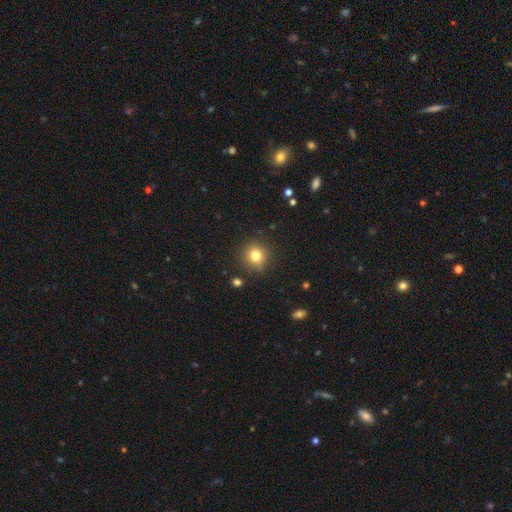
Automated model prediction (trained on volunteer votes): This appears to be a smooth galaxy with no disk features (79%) that is round (90%). Merging: none (86%).